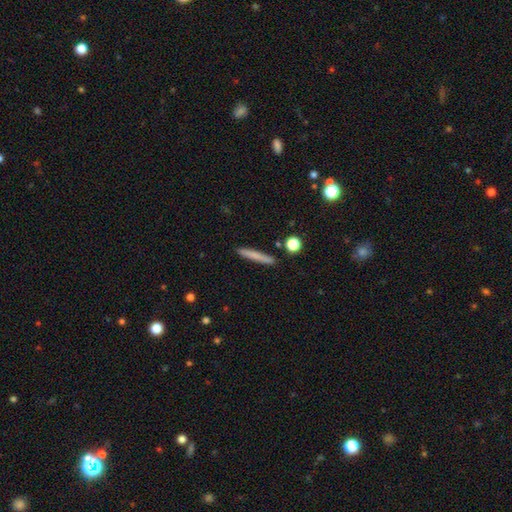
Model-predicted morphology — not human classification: Overall: smooth (73%). How rounded: cigar-shaped (95%). Merging: none (90%).